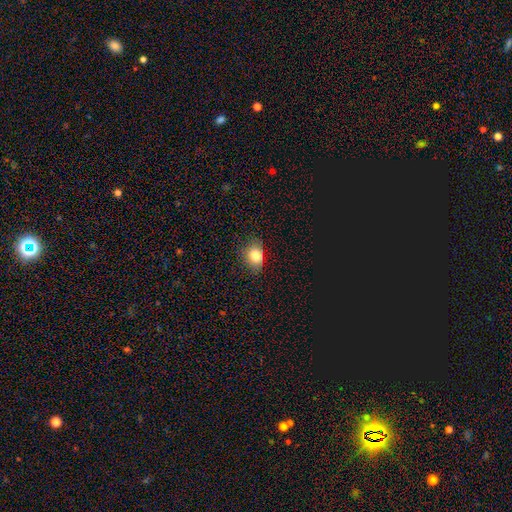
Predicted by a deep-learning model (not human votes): smooth 80%, star or artifact 11%, featured or disk 9%. Down the decision tree: how rounded — in between (59%); merging — none (75%).